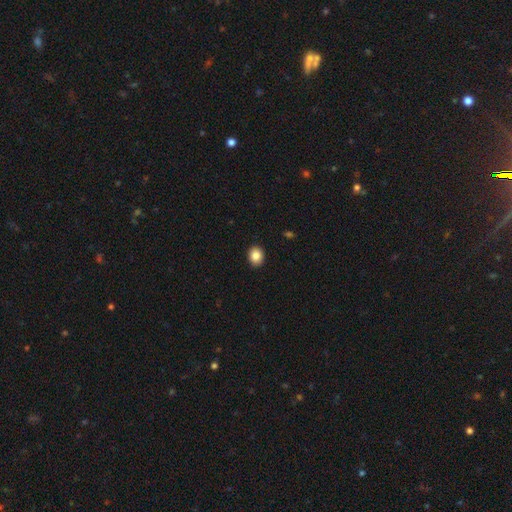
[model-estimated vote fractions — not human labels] The model was most divided on "how rounded": round: 53%, in between: 46%, cigar-shaped: 1%. More confident: merging — none (91%); smooth or featured — smooth (86%).